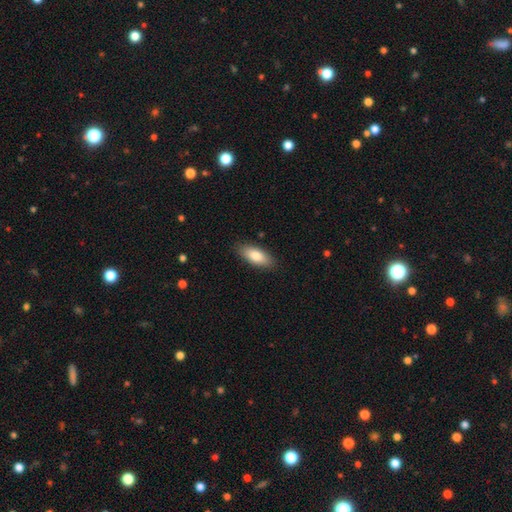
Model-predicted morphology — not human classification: type=smooth (81%); roundness=in between (80%); merging=none (87%).